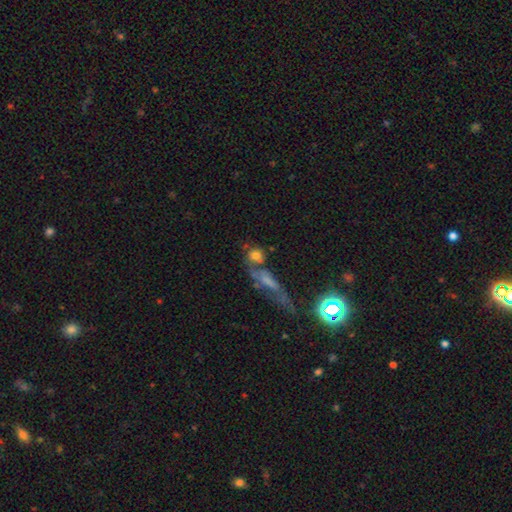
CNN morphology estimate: Smooth or featured: smooth — 65% (featured or disk — 23%)
How rounded: round — 73% (in between — 21%)
Merging: none — 40% (merger — 35%)